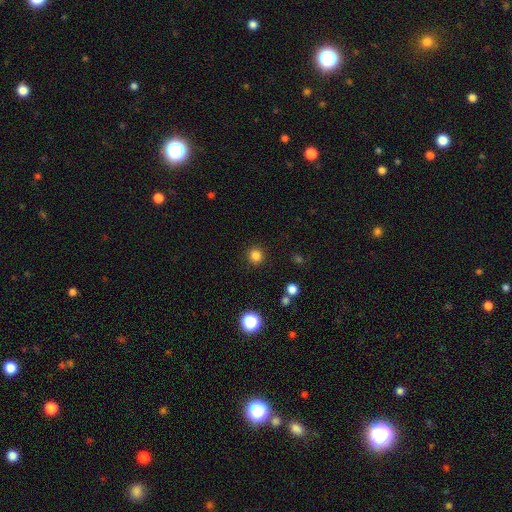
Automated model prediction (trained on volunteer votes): Morphology: type=smooth (82%); roundness=round (93%); merging=none (91%).